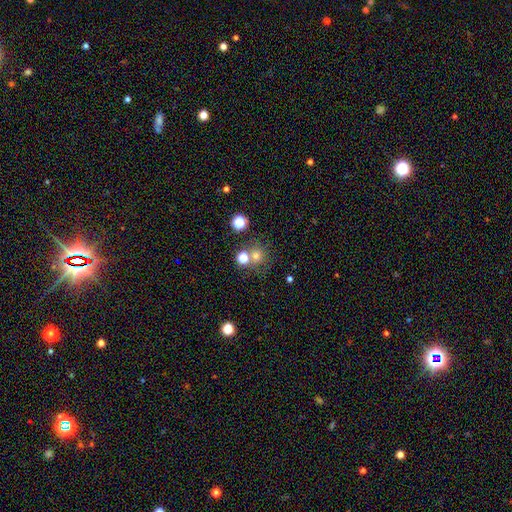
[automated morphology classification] A smooth galaxy with no disk features (68%) that is round (87%).

Vote fractions:
- Smooth or featured? smooth: 68% / star or artifact: 22% / featured or disk: 10%
- How rounded? round: 87% / in between: 12% / cigar-shaped: 1%
- Merging? none: 61% / merger: 25% / minor disturbance: 9% / major disturbance: 5%